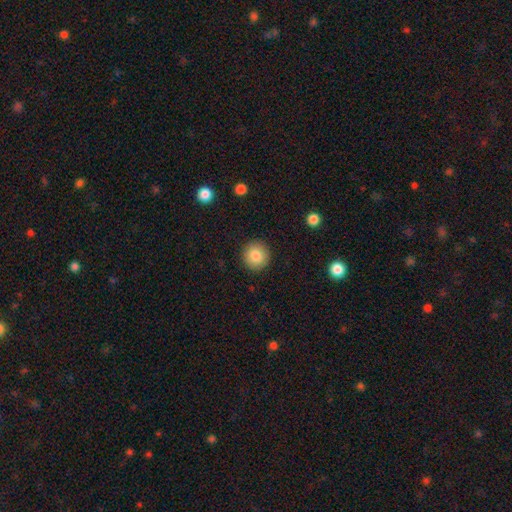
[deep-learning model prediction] smooth 84%, star or artifact 9%, featured or disk 7%. Down the decision tree: how rounded — round (93%); merging — none (92%).